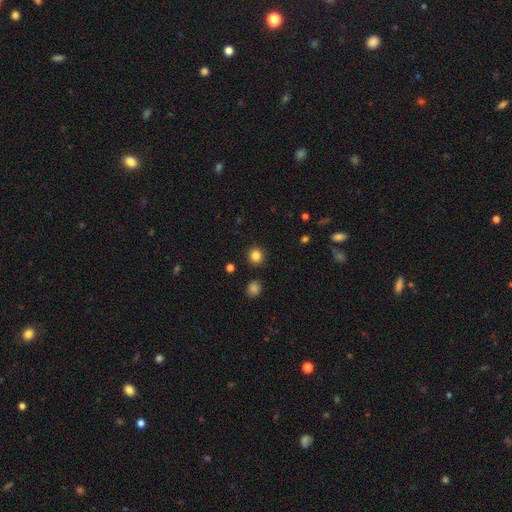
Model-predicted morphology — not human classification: Overall: smooth (84%). How rounded: round (90%). Merging: none (91%).